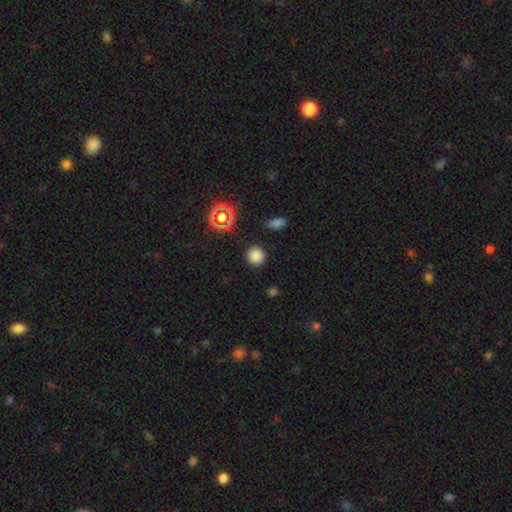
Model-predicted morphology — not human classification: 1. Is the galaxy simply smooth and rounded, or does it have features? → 80% smooth, 15% star or artifact, 4% featured or disk.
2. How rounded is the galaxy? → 94% round, 5% in between, 1% cigar-shaped.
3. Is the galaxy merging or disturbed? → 90% none, 6% minor disturbance, 2% major disturbance, 2% merger.